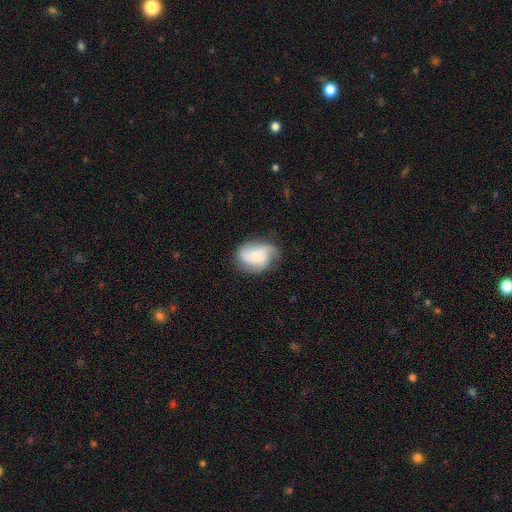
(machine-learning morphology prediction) type=featured or disk (52%); edge-on=no (97%); bar=no (72%); spiral arms=yes (90%); bulge=small (44%); merging=none (64%).